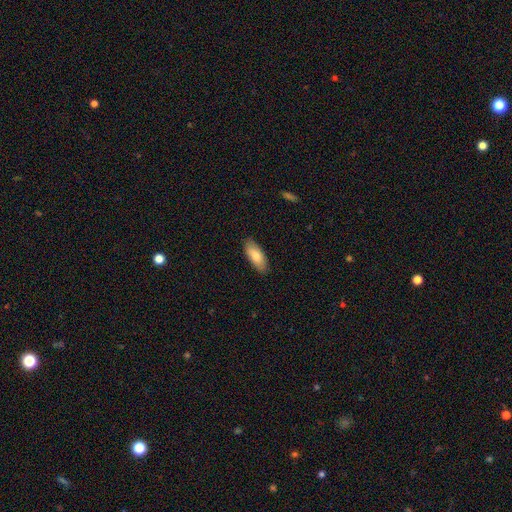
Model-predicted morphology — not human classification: The model was most divided on "how rounded": in between: 80%, cigar-shaped: 19%, round: 2%. More confident: merging — none (87%); smooth or featured — smooth (84%).